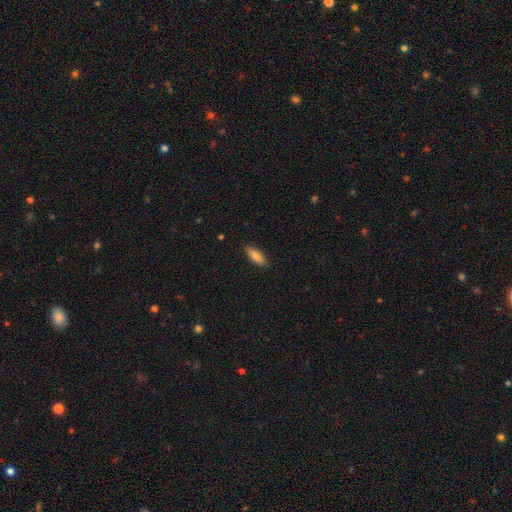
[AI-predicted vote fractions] Smooth or featured? Predicted: smooth (p=0.79). How rounded? Predicted: in between (p=0.62). Merging? Predicted: none (p=0.88).